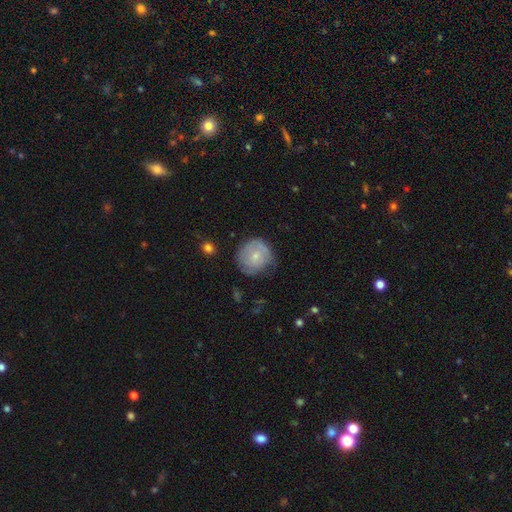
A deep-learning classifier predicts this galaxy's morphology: Smooth or featured? Predicted: featured or disk (p=0.48). Merging? Predicted: none (p=0.62).